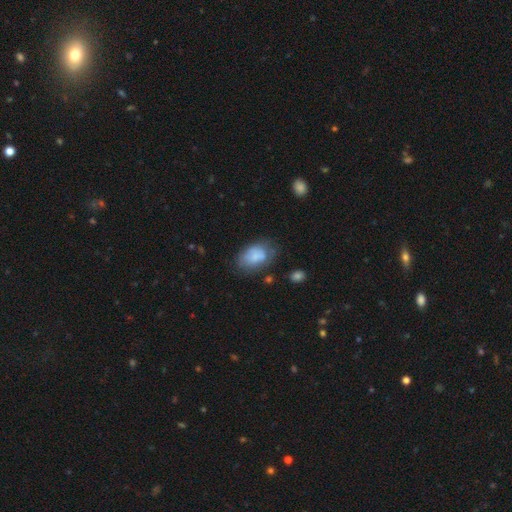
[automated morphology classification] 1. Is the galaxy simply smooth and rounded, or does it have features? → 74% smooth, 18% featured or disk, 8% star or artifact.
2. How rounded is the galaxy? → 86% in between, 12% round, 1% cigar-shaped.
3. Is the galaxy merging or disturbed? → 55% none, 27% minor disturbance, 12% major disturbance, 6% merger.